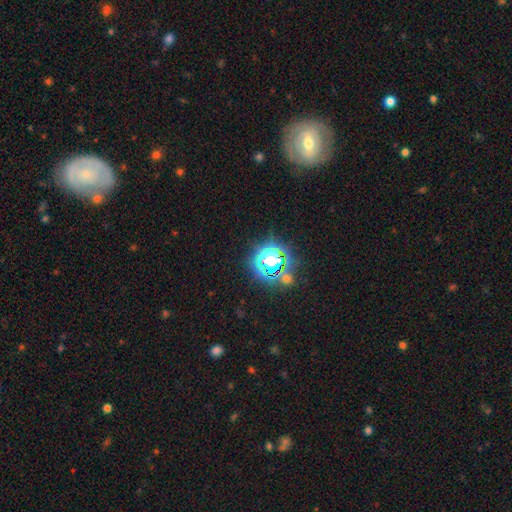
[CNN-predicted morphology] Overall: star or artifact (65%).